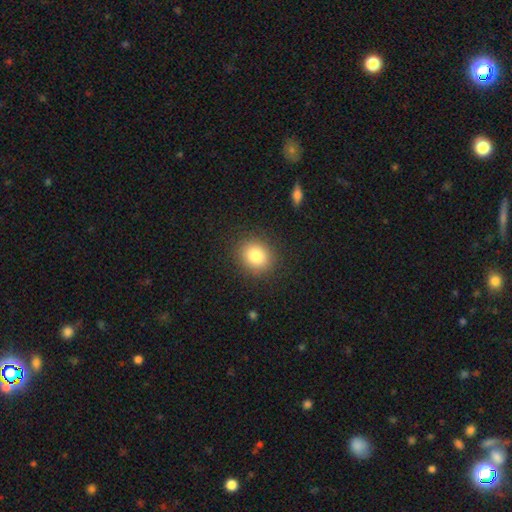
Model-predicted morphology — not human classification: Q: Smooth or featured?
A: smooth (83%); runner-up: star or artifact (10%)
Q: How rounded?
A: round (73%); runner-up: in between (26%)
Q: Merging?
A: none (88%); runner-up: minor disturbance (8%)